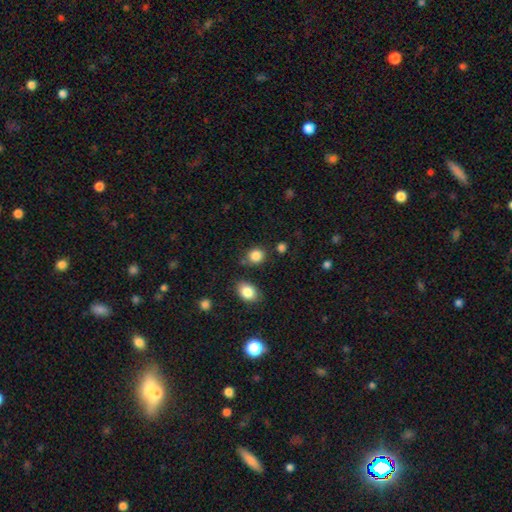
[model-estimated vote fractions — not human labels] A smooth galaxy with no disk features (85%) that is round (70%). Merging: none (79%).